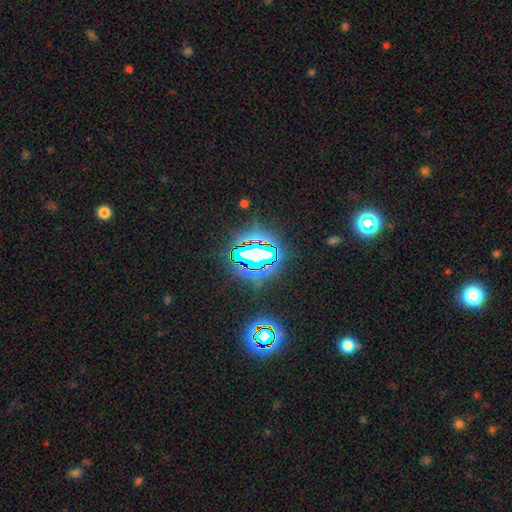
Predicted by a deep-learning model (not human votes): This is likely a star or artifact rather than a galaxy (70%).